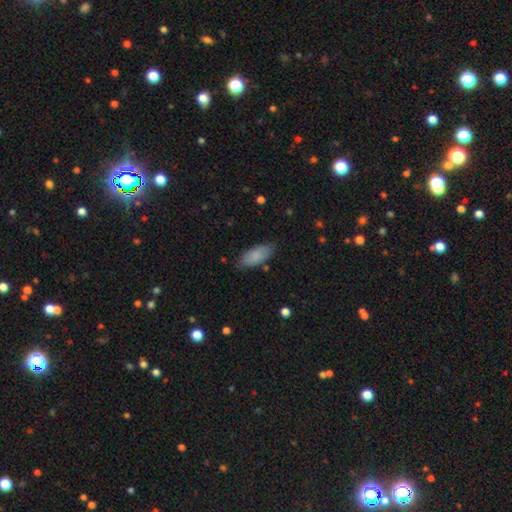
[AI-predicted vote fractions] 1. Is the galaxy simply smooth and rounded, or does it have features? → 85% smooth, 8% featured or disk, 6% star or artifact.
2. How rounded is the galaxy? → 87% in between, 11% cigar-shaped, 2% round.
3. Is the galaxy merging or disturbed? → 79% none, 16% minor disturbance, 3% major disturbance, 1% merger.